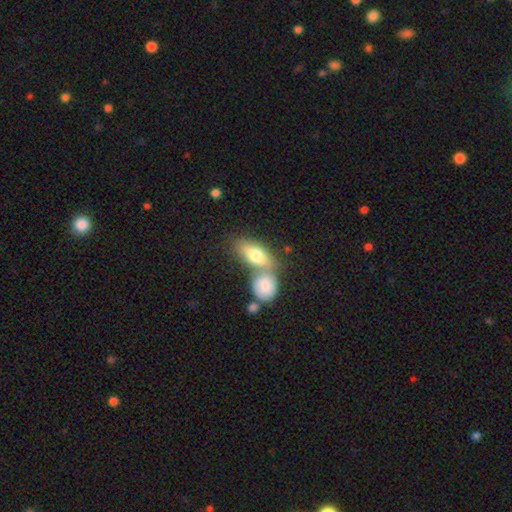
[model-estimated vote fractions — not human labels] smooth_or_featured: smooth (p=0.76) [alt: featured or disk p=0.18]
how_rounded: in between (p=0.84) [alt: cigar-shaped p=0.09]
merging: merger (p=0.52) [alt: none p=0.33]